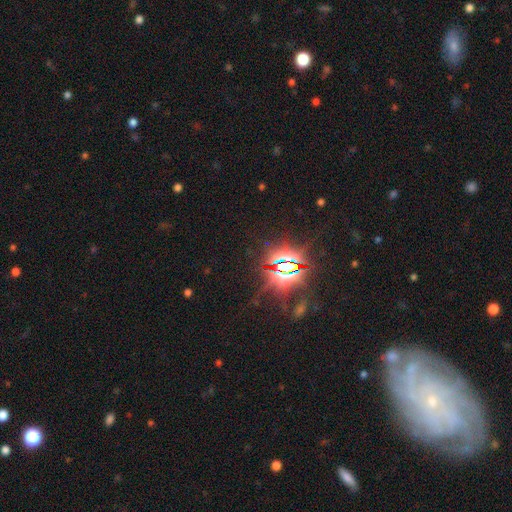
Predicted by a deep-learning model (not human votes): Smooth or featured?
  - star or artifact: 48% *
  - featured or disk: 35%
  - smooth: 17%